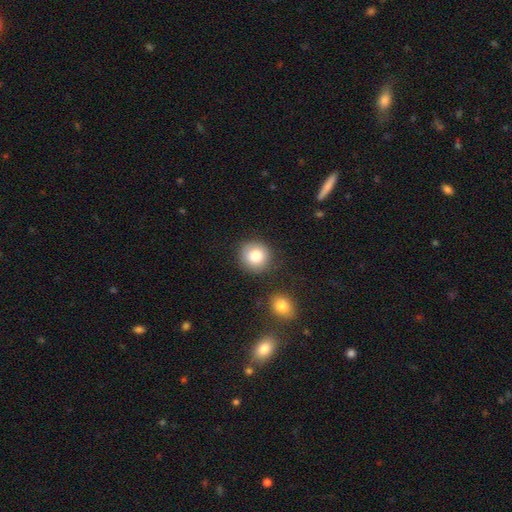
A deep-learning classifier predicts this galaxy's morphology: Q: Smooth or featured?
A: smooth (84%); runner-up: star or artifact (9%)
Q: How rounded?
A: round (90%); runner-up: in between (9%)
Q: Merging?
A: none (82%); runner-up: minor disturbance (10%)